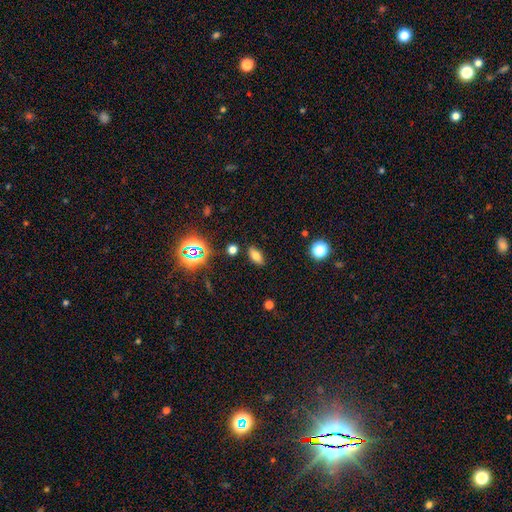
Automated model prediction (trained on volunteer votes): This appears to be a smooth galaxy with no disk features (69%) that is in between round and cigar-shaped (84%). Merging: none (87%).